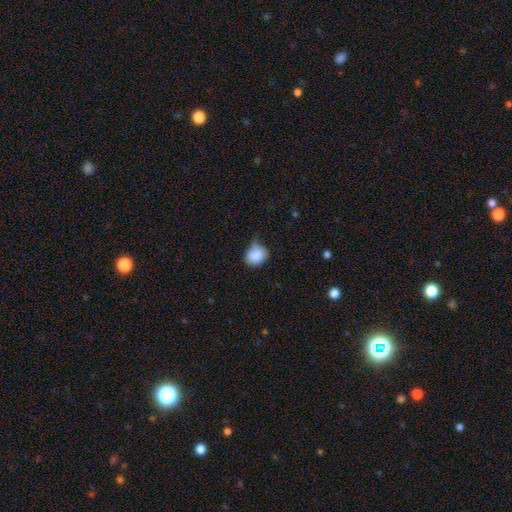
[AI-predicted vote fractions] Smooth or featured? Predicted: smooth (p=0.81). How rounded? Predicted: round (p=0.68). Merging? Predicted: none (p=0.43).